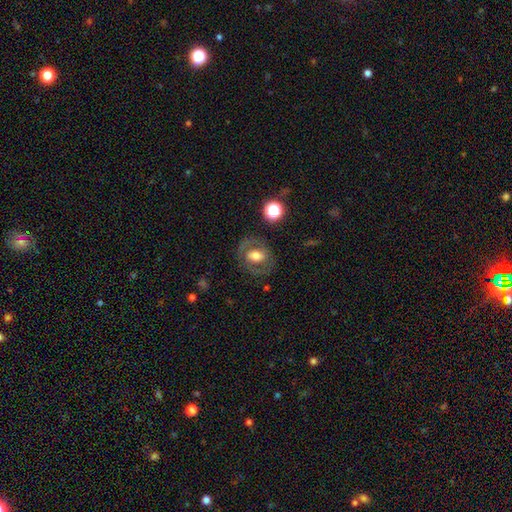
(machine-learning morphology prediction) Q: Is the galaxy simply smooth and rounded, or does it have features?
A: featured or disk — 47%.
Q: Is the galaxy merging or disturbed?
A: none — 74%.